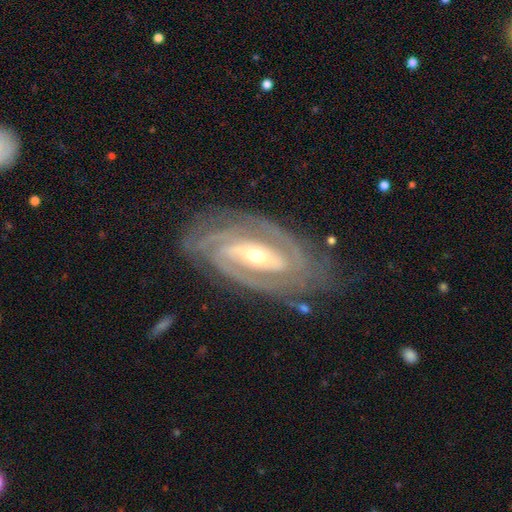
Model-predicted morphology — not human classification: A featured or disk galaxy (90%) with a strong bar (45%), 2 (53%) tight (70%) spiral arms (97%) and a moderate central bulge (49%).

Vote fractions:
- Smooth or featured? featured or disk: 90% / smooth: 5% / star or artifact: 5%
- Edge-on disk? no: 94% / yes: 6%
- Bar? strong: 45% / weak: 30% / no: 25%
- Spiral arms? yes: 97% / no: 3%
- Spiral winding? tight: 70% / medium: 26% / loose: 5%
- Spiral arm count? 2: 53% / 3: 19% / can't tell: 13% / 4: 6% / more than 4: 4% / 1: 4%
- Bulge size? moderate: 49% / small: 47% / large: 3% / none: 1% / dominant: 1%
- Merging? none: 79% / minor disturbance: 15% / major disturbance: 5% / merger: 1%